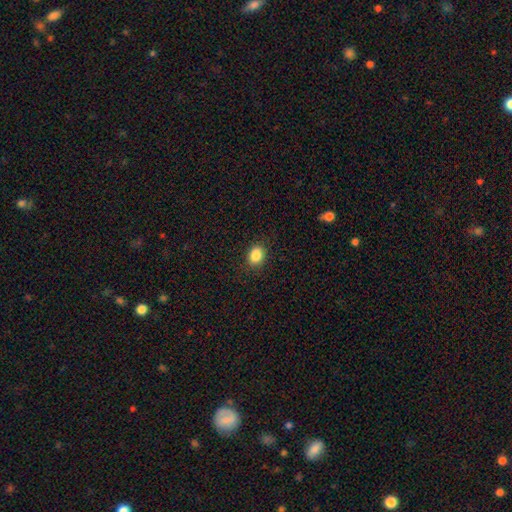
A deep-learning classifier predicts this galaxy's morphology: type=smooth (87%); roundness=in between (61%); merging=none (87%).